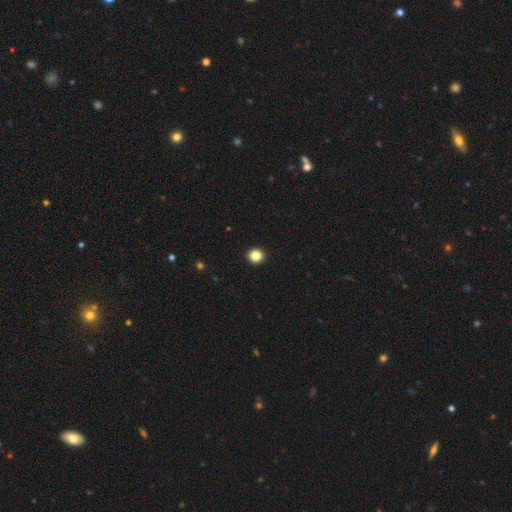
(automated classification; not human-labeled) Smooth or featured? smooth (85%)
How rounded? round (93%)
Merging? none (94%)